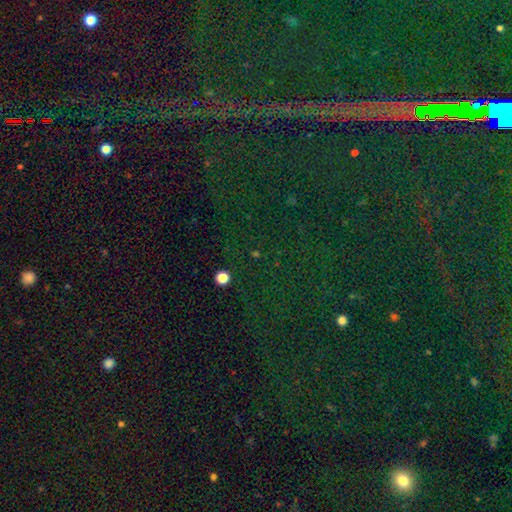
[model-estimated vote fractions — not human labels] Morphology: type=star or artifact (86%).